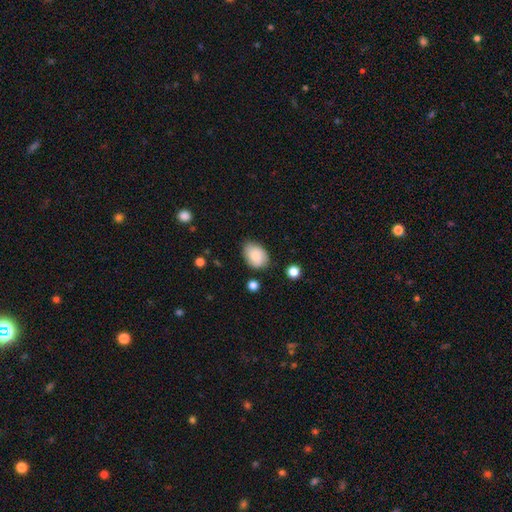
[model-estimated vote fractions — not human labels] smooth-or-featured: smooth: 79% | featured or disk: 13% | star or artifact: 8%
  how-rounded: in between: 81% | round: 18% | cigar-shaped: 1%
  merging: none: 72% | minor disturbance: 21% | major disturbance: 4% | merger: 3%